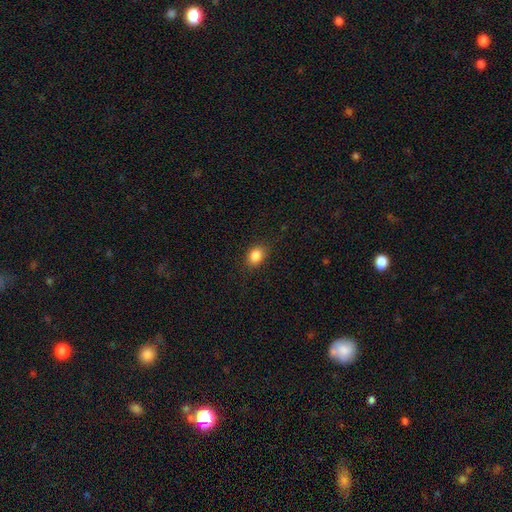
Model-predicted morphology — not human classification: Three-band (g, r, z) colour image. It shows a smooth galaxy with no disk features (86%) that is in between round and cigar-shaped (66%). Merging: none (83%).